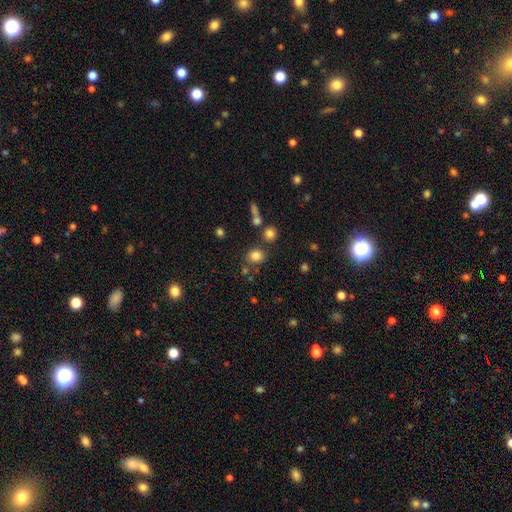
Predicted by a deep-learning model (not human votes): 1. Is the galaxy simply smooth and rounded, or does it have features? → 80% smooth, 13% star or artifact, 7% featured or disk.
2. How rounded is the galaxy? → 74% round, 25% in between, 1% cigar-shaped.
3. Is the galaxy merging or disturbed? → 74% none, 11% merger, 11% minor disturbance, 4% major disturbance.